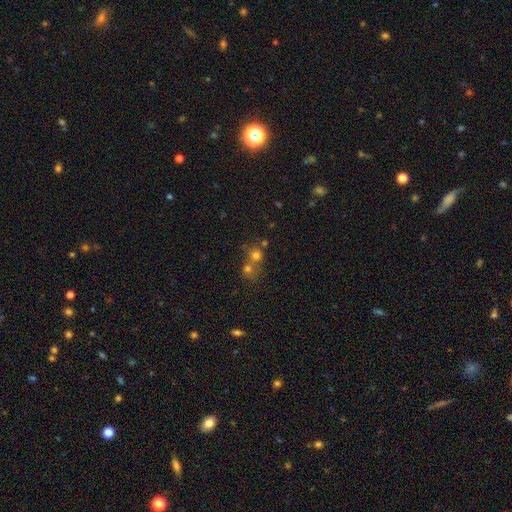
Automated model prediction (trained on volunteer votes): Smooth or featured?
  - smooth: 69% *
  - star or artifact: 19%
  - featured or disk: 12%
How rounded?
  - round: 86% *
  - in between: 13%
  - cigar-shaped: 1%
Merging?
  - merger: 52% *
  - none: 39%
  - minor disturbance: 5%
  - major disturbance: 3%